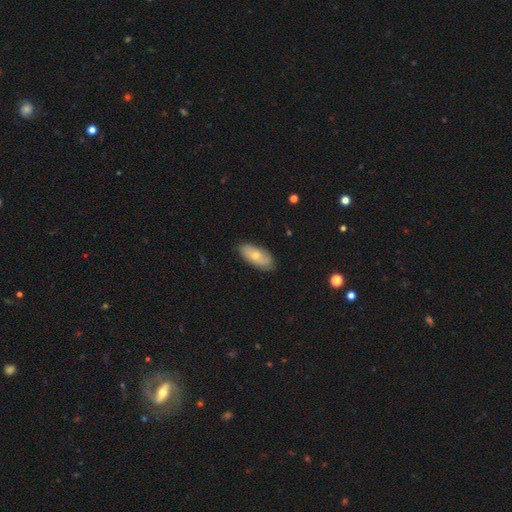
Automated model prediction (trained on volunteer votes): smooth 64%, featured or disk 30%, star or artifact 6%. Down the decision tree: how rounded — in between (88%); merging — none (83%).